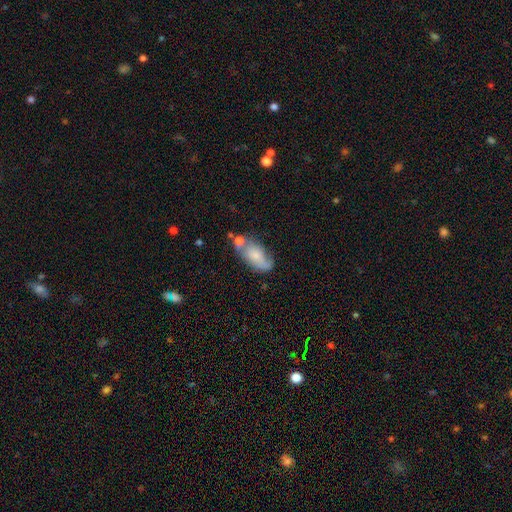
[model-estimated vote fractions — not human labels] Overall: smooth (57%; featured or disk 36%). How rounded: in between (88%). Merging: none (40%; minor disturbance 26%).